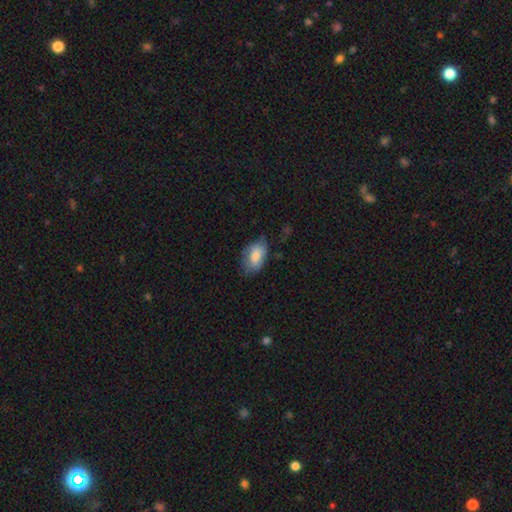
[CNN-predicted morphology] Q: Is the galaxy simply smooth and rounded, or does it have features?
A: smooth — 79%.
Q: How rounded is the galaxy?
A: in between — 92%.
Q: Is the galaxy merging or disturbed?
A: none — 62%.